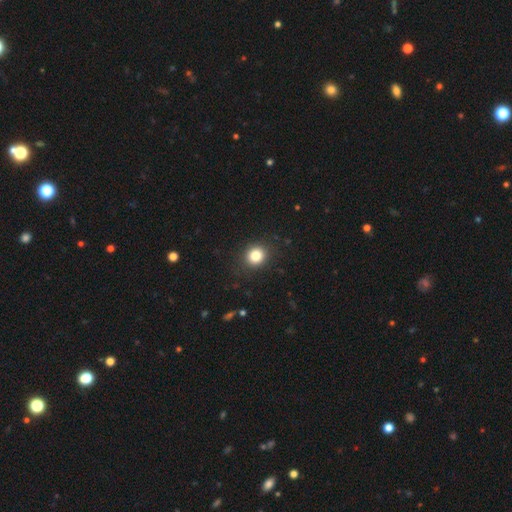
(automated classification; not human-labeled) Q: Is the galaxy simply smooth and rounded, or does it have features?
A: smooth — 83%.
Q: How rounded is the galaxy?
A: round — 81%.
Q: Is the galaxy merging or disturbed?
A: none — 88%.